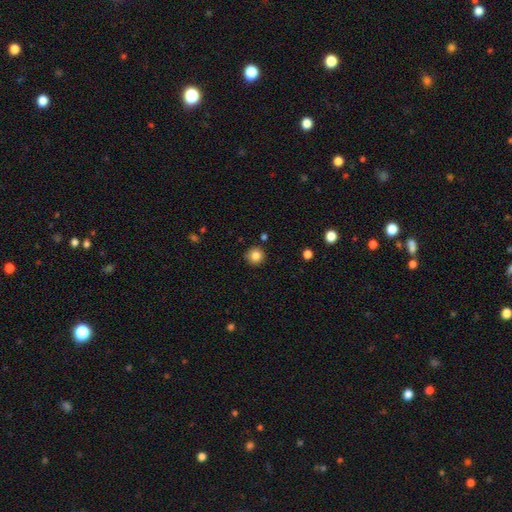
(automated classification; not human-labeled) Q: Smooth or featured?
A: smooth (83%); runner-up: star or artifact (11%)
Q: How rounded?
A: round (93%); runner-up: in between (6%)
Q: Merging?
A: none (87%); runner-up: minor disturbance (9%)